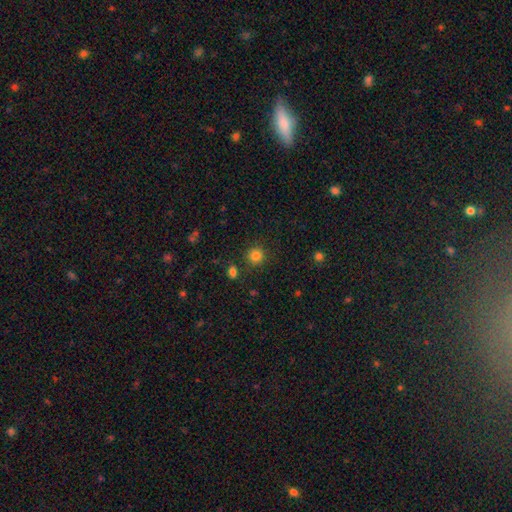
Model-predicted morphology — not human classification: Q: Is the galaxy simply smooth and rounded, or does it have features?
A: smooth — 83%.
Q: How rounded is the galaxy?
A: round — 93%.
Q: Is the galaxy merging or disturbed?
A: none — 86%.